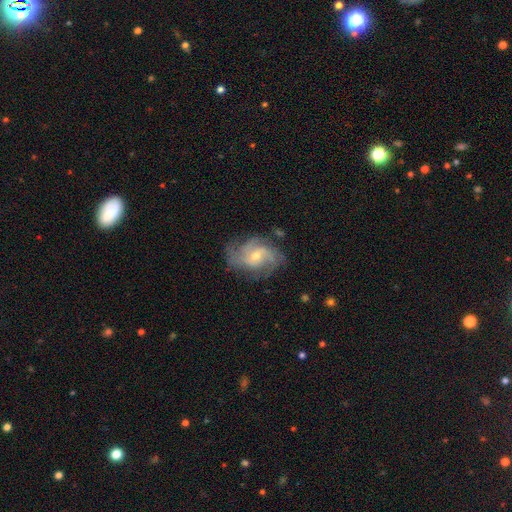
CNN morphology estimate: Smooth or featured? featured or disk (83%)
Edge-on disk? no (97%)
Bar? no (52%)
Spiral arms? yes (95%)
Spiral winding? medium (48%)
Spiral arm count? 3 (31%)
Bulge size? small (51%)
Merging? none (67%)